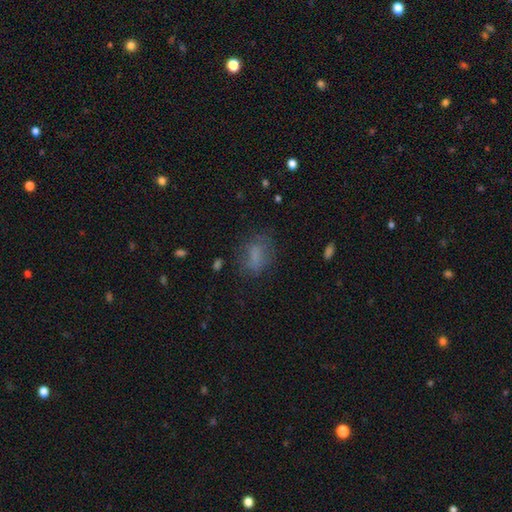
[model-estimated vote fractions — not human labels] Overall: smooth (69%). How rounded: in between (75%). Merging: none (63%).